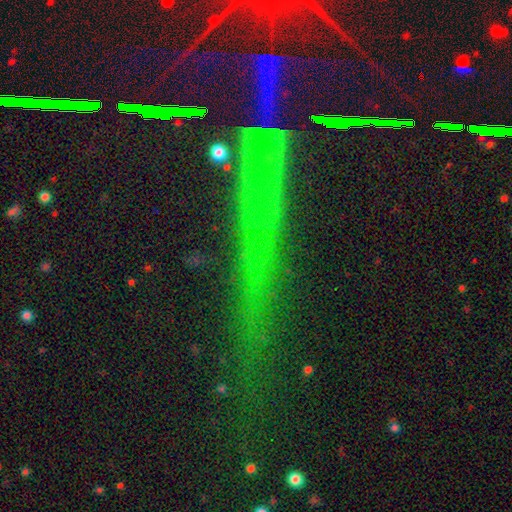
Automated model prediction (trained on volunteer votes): Smooth or featured: star or artifact — 66% (smooth — 19%)